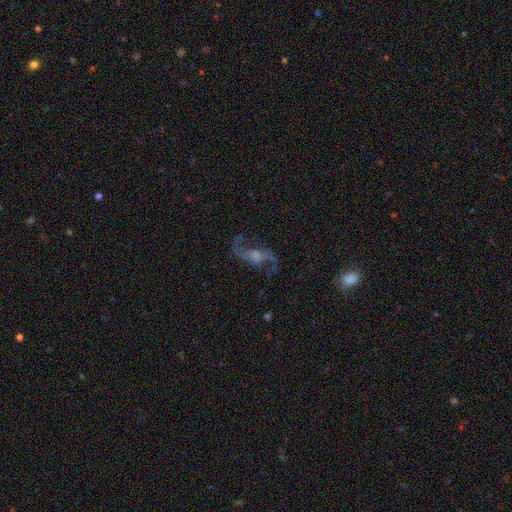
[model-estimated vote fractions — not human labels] Smooth or featured? Predicted: featured or disk (p=0.84). Edge-on disk? Predicted: no (p=0.96). Bar? Predicted: no (p=0.46). Spiral arms? Predicted: yes (p=0.94). Spiral winding? Predicted: loose (p=0.75). Spiral arm count? Predicted: 2 (p=0.93). Bulge size? Predicted: moderate (p=0.33). Merging? Predicted: none (p=0.70).